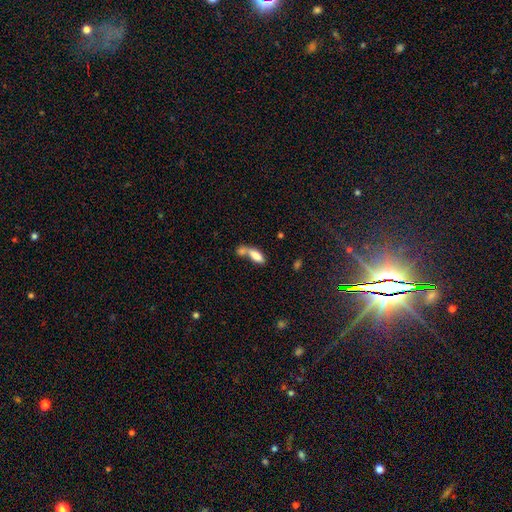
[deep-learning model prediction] This is clearly a smooth galaxy (80%). How rounded: likely in between (76%). Merging: possibly merger (59%).